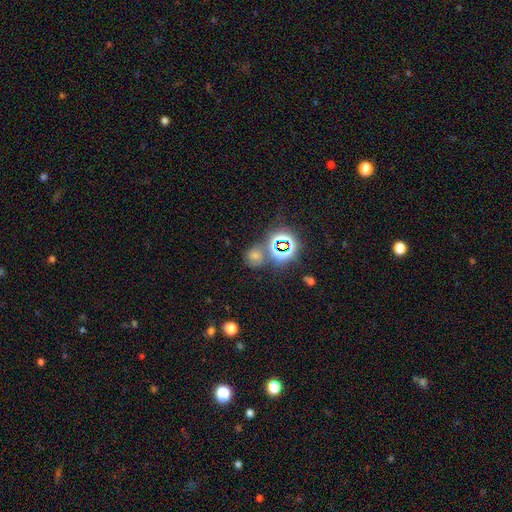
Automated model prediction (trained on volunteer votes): Q: Smooth or featured?
A: smooth (50%); runner-up: star or artifact (40%)
Q: How rounded?
A: round (75%); runner-up: in between (23%)
Q: Merging?
A: none (62%); runner-up: merger (16%)